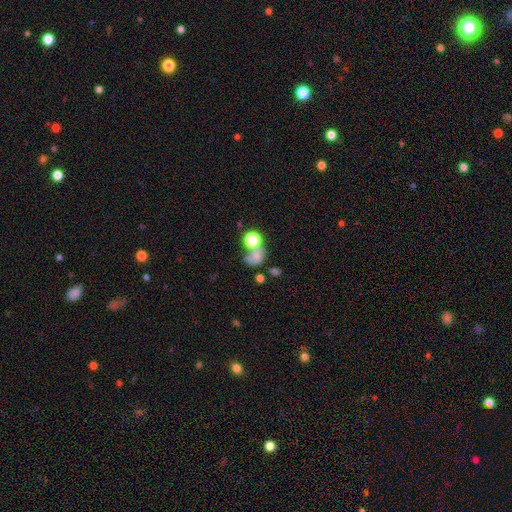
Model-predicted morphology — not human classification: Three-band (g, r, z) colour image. It shows a smooth galaxy with no disk features (57%) that is round (56%). Merging: merger (40%).